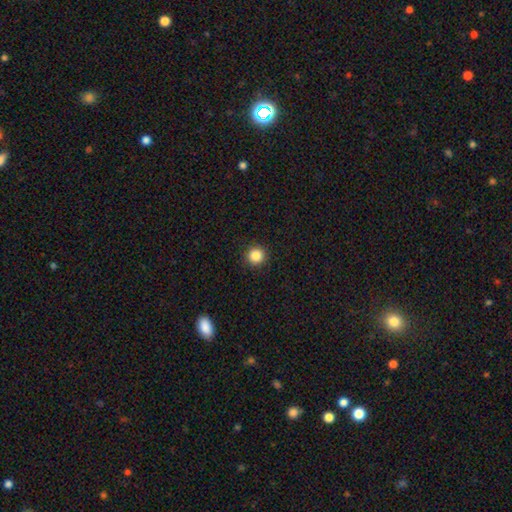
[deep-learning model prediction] Q: Smooth or featured?
A: smooth (85%); runner-up: star or artifact (11%)
Q: How rounded?
A: round (95%); runner-up: in between (4%)
Q: Merging?
A: none (93%); runner-up: minor disturbance (5%)